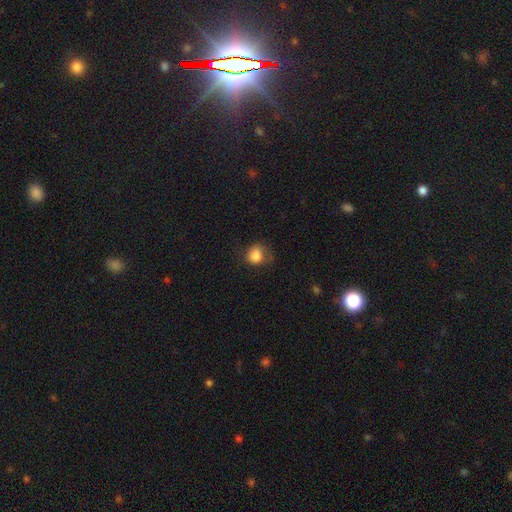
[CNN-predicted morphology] Q: Smooth or featured?
A: smooth (84%); runner-up: star or artifact (9%)
Q: How rounded?
A: round (67%); runner-up: in between (33%)
Q: Merging?
A: none (52%); runner-up: minor disturbance (31%)